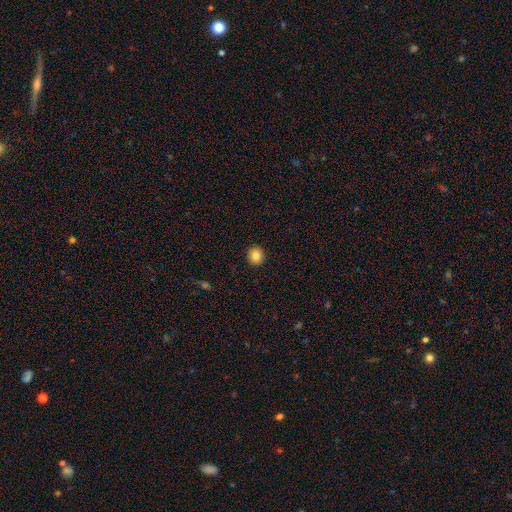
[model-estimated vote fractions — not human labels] Smooth or featured? Predicted: smooth (p=0.83). How rounded? Predicted: round (p=0.87). Merging? Predicted: none (p=0.93).